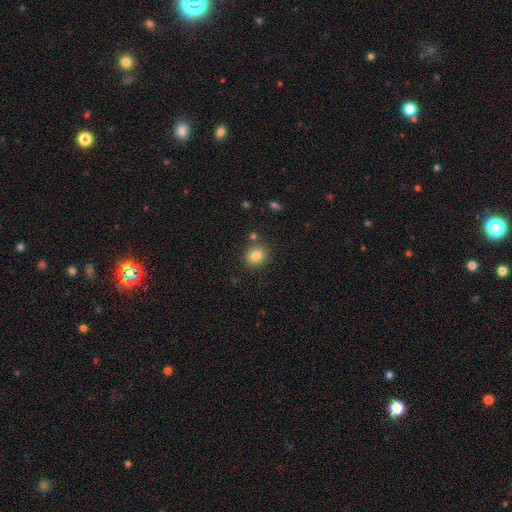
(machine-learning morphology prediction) This appears to be a smooth galaxy with no disk features (84%) that is round (81%). Merging: none (83%).